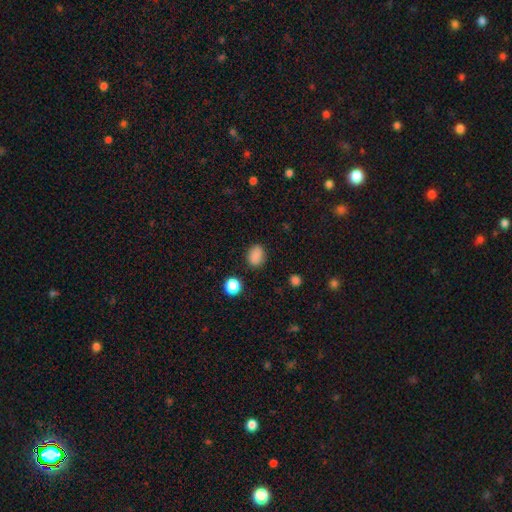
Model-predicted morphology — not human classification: This appears to be a smooth galaxy with no disk features (85%) that is in between round and cigar-shaped (57%). Merging: none (83%).